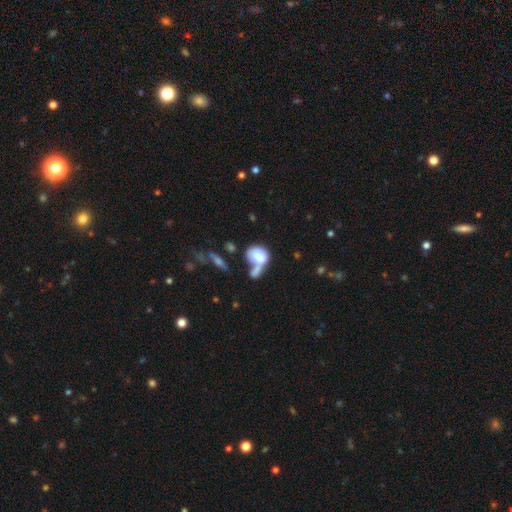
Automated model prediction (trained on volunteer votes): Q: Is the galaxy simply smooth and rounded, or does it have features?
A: smooth — 70%.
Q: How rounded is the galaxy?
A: in between — 66%.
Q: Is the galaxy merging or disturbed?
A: merger — 52%.